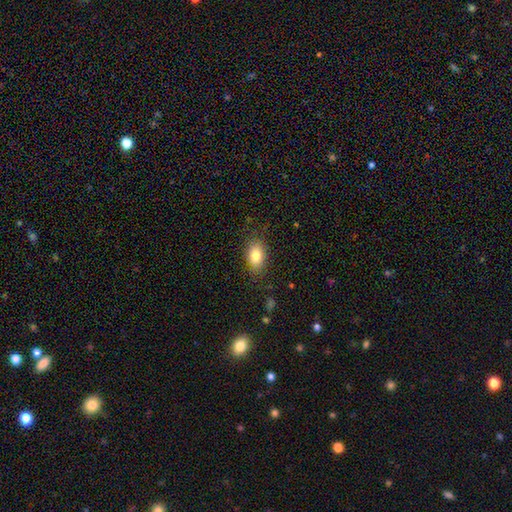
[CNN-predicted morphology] This is clearly a smooth galaxy (83%). How rounded: clearly in between (87%). Merging: clearly none (82%).